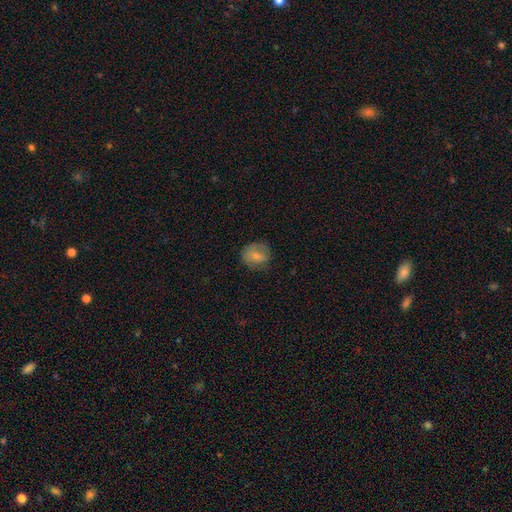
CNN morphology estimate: Smooth or featured: smooth — 70% (featured or disk — 21%)
How rounded: round — 72% (in between — 27%)
Merging: none — 71% (minor disturbance — 20%)